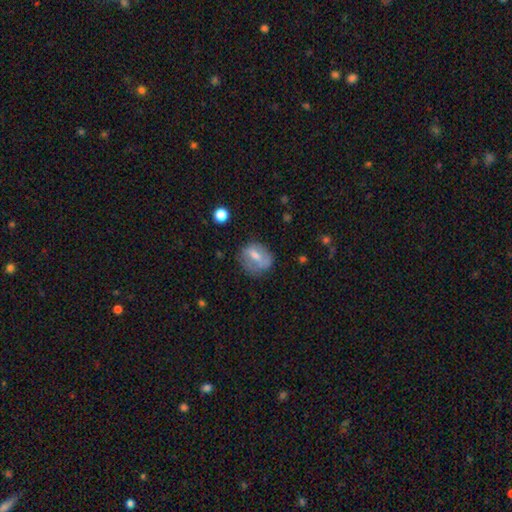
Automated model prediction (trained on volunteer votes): This appears to be a smooth galaxy with no disk features (48%). Merging: none (65%).